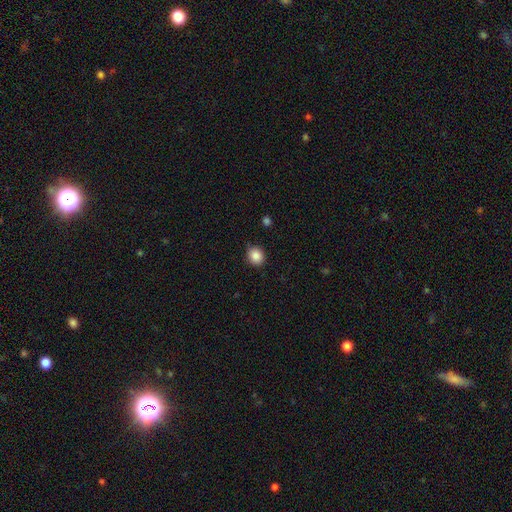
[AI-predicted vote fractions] Smooth or featured: smooth — 87% (star or artifact — 9%)
How rounded: round — 73% (in between — 26%)
Merging: none — 87% (minor disturbance — 10%)